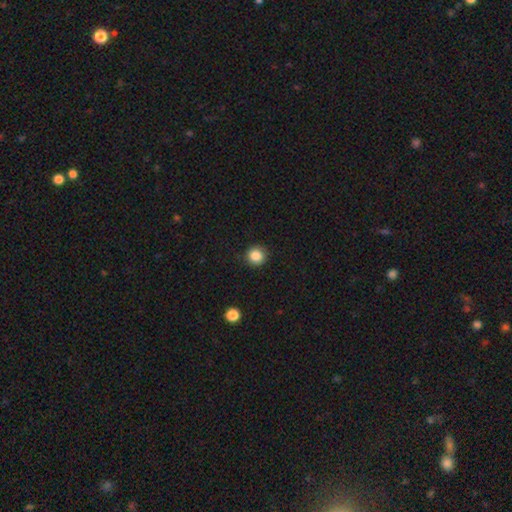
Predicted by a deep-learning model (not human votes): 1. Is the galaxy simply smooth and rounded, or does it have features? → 85% smooth, 11% star or artifact, 5% featured or disk.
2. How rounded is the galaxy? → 93% round, 6% in between, 1% cigar-shaped.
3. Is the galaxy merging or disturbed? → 89% none, 7% minor disturbance, 2% major disturbance, 1% merger.